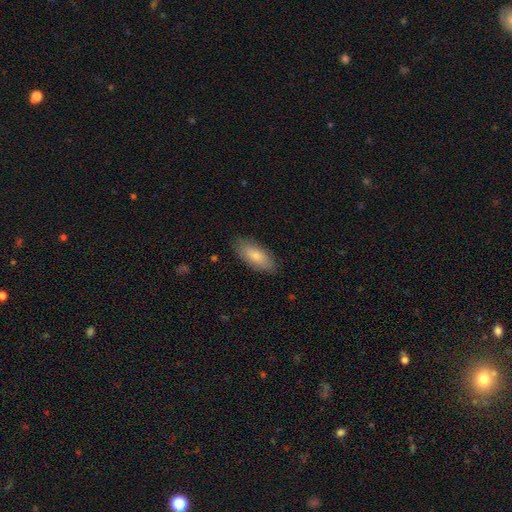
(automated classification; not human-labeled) Smooth or featured: smooth — 79% (featured or disk — 16%)
How rounded: in between — 87% (cigar-shaped — 11%)
Merging: none — 84% (minor disturbance — 12%)